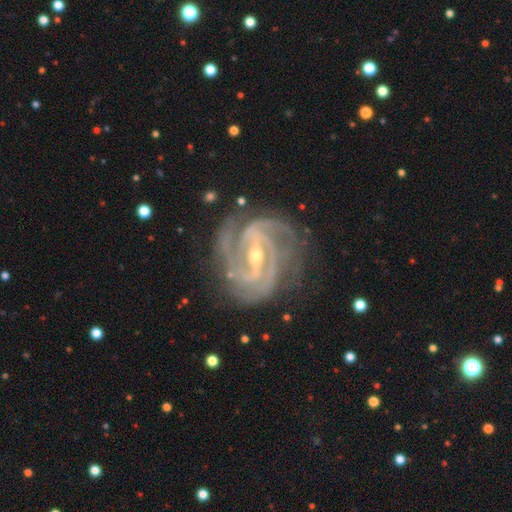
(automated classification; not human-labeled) This is clearly a featured or disk galaxy (93%). It is clearly not viewed edge-on (97%). Bar: possibly strong (59%). Spiral arm pattern: clearly yes (99%). Spiral arm count: marginally 3 (32%). Spiral winding: possibly tight (58%). Central bulge: likely small (63%). Merging: likely none (76%).